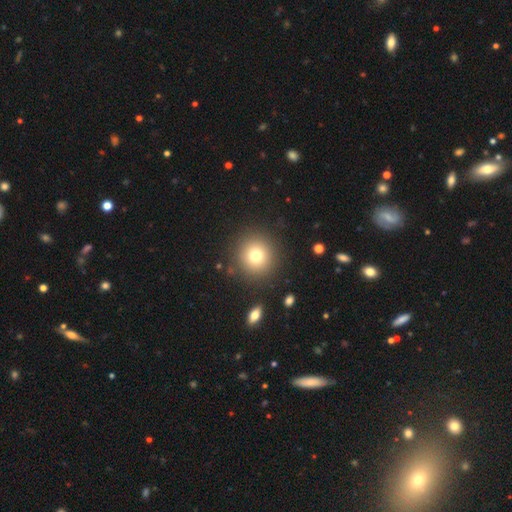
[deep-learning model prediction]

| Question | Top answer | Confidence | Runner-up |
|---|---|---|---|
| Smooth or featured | smooth | 76% | star or artifact (13%) |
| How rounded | round | 93% | in between (6%) |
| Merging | none | 88% | minor disturbance (6%) |